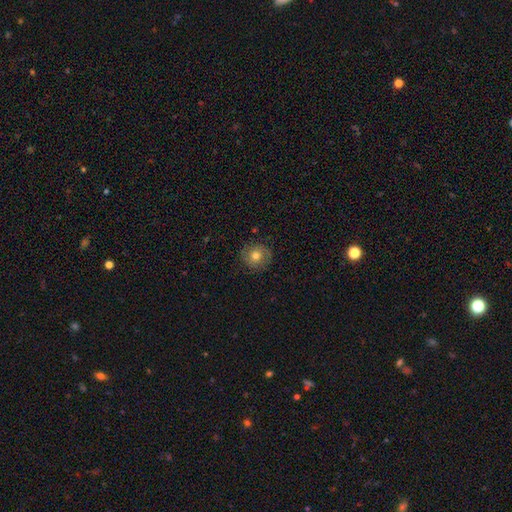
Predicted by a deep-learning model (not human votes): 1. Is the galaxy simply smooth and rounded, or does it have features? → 65% smooth, 25% featured or disk, 10% star or artifact.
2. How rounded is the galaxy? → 90% round, 9% in between, 1% cigar-shaped.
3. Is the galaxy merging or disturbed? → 83% none, 12% minor disturbance, 4% major disturbance, 1% merger.